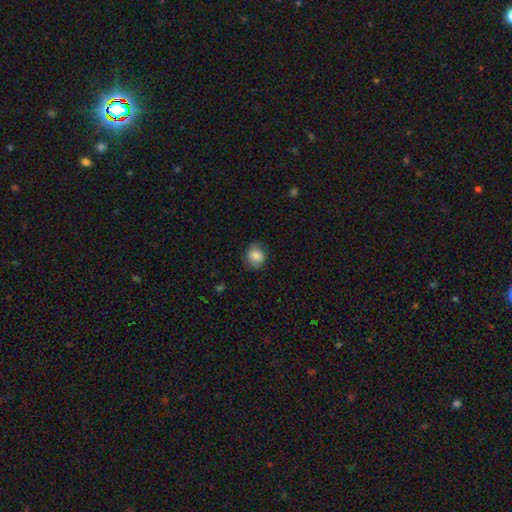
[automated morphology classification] smooth 83%, star or artifact 9%, featured or disk 8%. Down the decision tree: how rounded — round (79%); merging — none (82%).